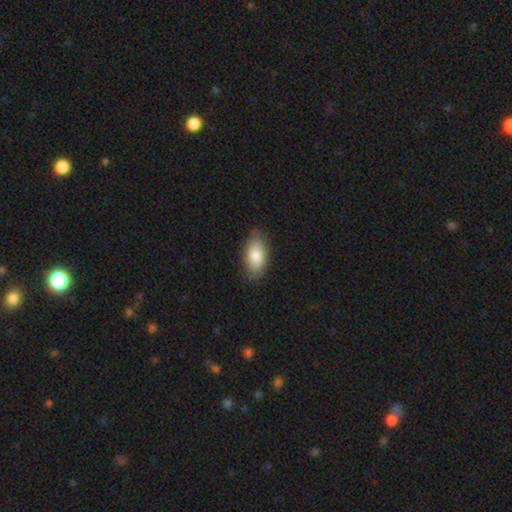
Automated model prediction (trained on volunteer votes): A smooth galaxy with no disk features (80%) that is in between round and cigar-shaped (92%).

Vote fractions:
- Smooth or featured? smooth: 80% / featured or disk: 13% / star or artifact: 6%
- How rounded? in between: 92% / cigar-shaped: 4% / round: 4%
- Merging? none: 82% / minor disturbance: 14% / major disturbance: 3% / merger: 1%